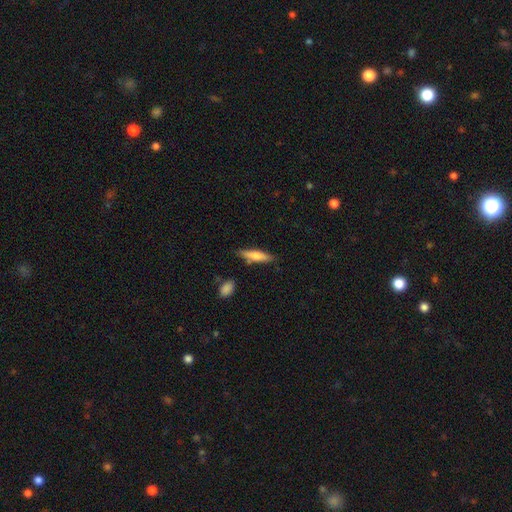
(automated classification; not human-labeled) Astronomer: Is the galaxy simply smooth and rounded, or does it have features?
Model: smooth — 65%.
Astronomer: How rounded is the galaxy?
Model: cigar-shaped — 76%.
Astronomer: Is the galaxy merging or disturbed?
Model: none — 79%.